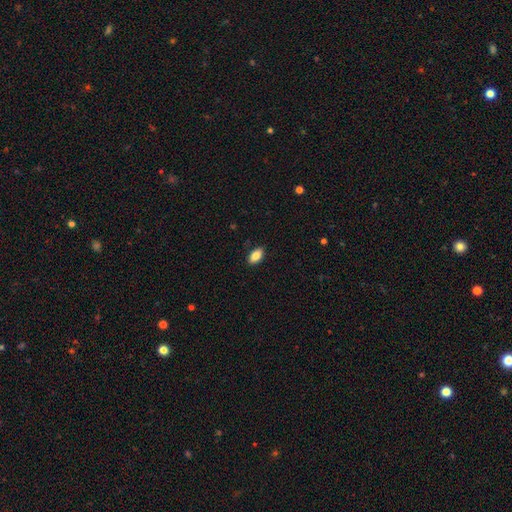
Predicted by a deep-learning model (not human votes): A smooth galaxy with no disk features (85%) that is in between round and cigar-shaped (92%).

Vote fractions:
- Smooth or featured? smooth: 85% / featured or disk: 8% / star or artifact: 8%
- How rounded? in between: 92% / round: 5% / cigar-shaped: 3%
- Merging? none: 89% / minor disturbance: 9% / major disturbance: 2% / merger: 1%